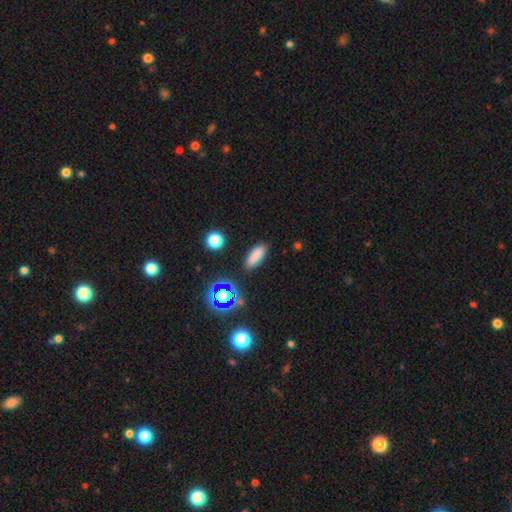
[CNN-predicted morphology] This is clearly a smooth galaxy (81%). How rounded: likely in between (70%). Merging: clearly none (87%).